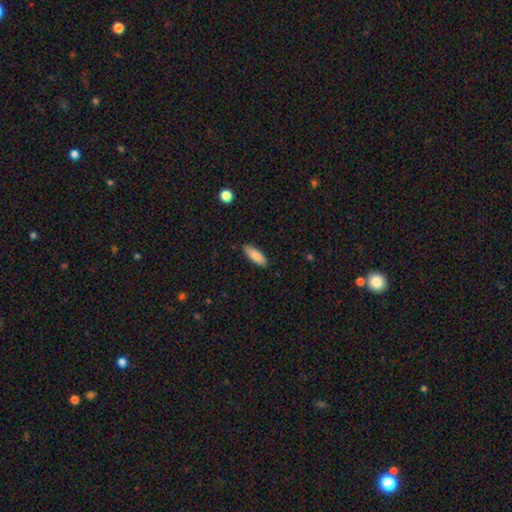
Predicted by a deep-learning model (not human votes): Morphology: type=smooth (86%); roundness=in between (64%); merging=none (86%).